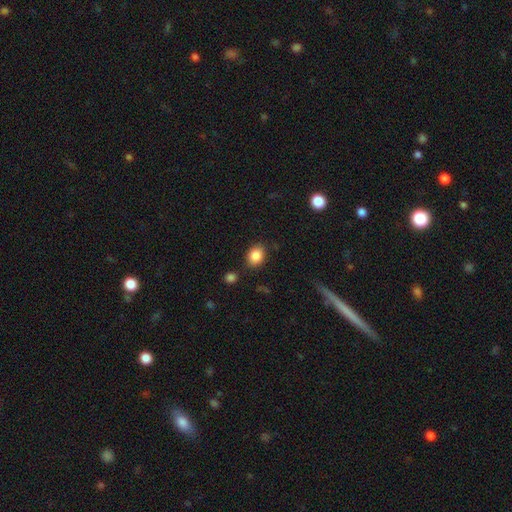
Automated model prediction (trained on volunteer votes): Morphology: type=smooth (86%); roundness=in between (53%); merging=none (82%).